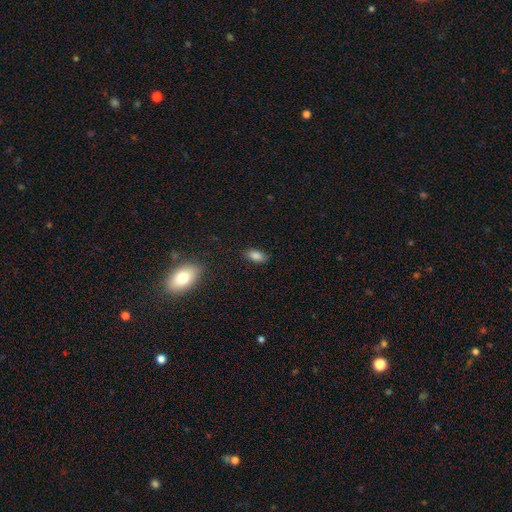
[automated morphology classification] Smooth or featured: smooth — 84% (star or artifact — 11%)
How rounded: in between — 89% (round — 6%)
Merging: none — 84% (minor disturbance — 12%)